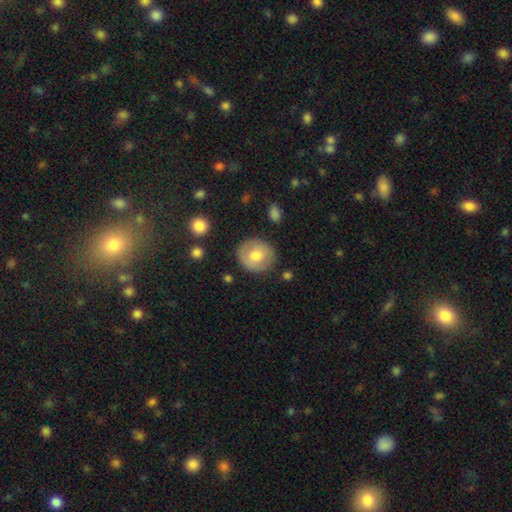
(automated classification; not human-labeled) Morphology: type=smooth (64%); roundness=round (82%); merging=none (82%).